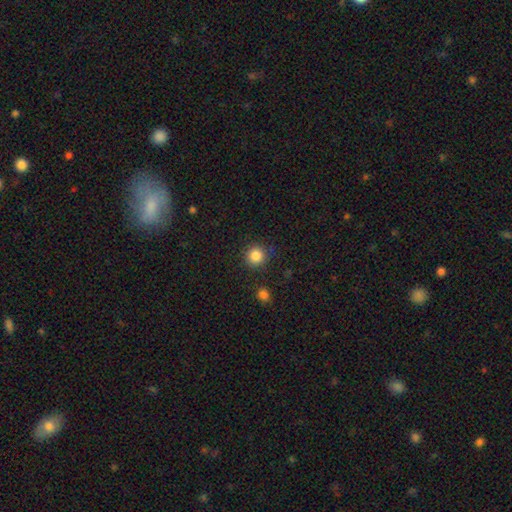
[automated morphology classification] This is clearly a smooth galaxy (86%). How rounded: clearly round (94%). Merging: clearly none (89%).